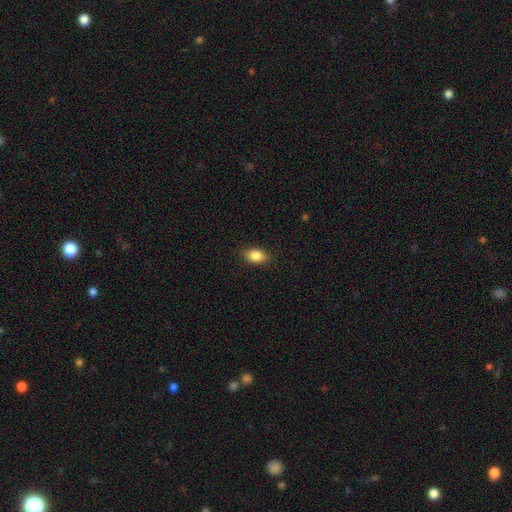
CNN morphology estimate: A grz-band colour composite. It shows a smooth galaxy with no disk features (86%) that is in between round and cigar-shaped (87%). Merging: none (88%).